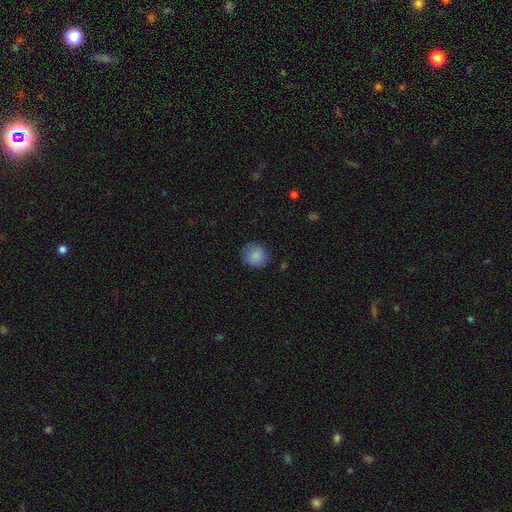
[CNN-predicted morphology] This appears to be a smooth galaxy with no disk features (86%) that is round (89%). Merging: none (80%).